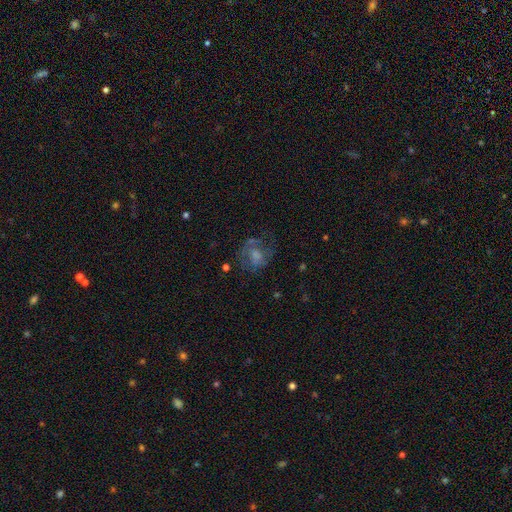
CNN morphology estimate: This appears to be a featured or disk galaxy (46%). Merging: none (48%).